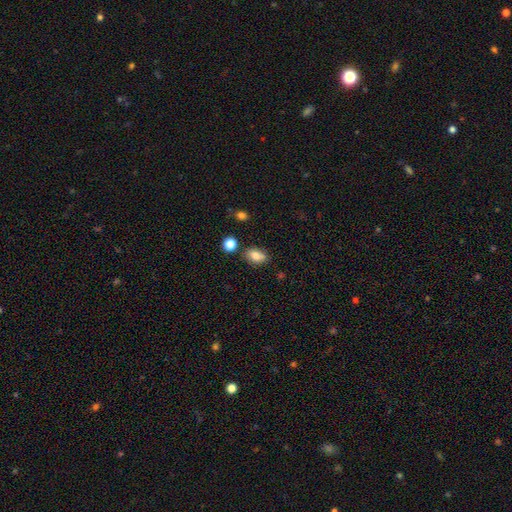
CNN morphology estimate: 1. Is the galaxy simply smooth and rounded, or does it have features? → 78% smooth, 12% featured or disk, 10% star or artifact.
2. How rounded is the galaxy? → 79% in between, 20% round, 2% cigar-shaped.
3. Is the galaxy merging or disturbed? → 74% none, 15% minor disturbance, 8% merger, 3% major disturbance.